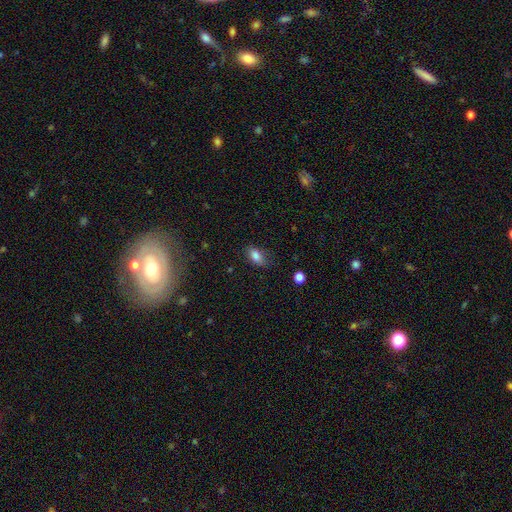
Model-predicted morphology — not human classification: smooth-or-featured: smooth: 84% | star or artifact: 9% | featured or disk: 7%
  how-rounded: in between: 88% | round: 8% | cigar-shaped: 4%
  merging: none: 74% | minor disturbance: 20% | major disturbance: 5% | merger: 1%